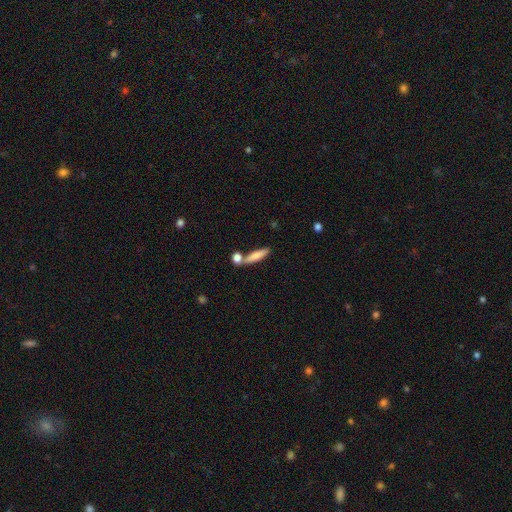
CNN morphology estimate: Q: Smooth or featured?
A: smooth (76%); runner-up: featured or disk (17%)
Q: How rounded?
A: cigar-shaped (70%); runner-up: in between (27%)
Q: Merging?
A: none (62%); runner-up: merger (23%)